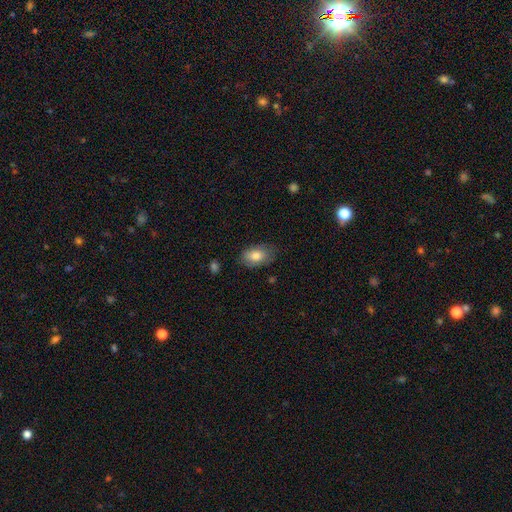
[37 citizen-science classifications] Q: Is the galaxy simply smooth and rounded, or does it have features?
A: smooth — 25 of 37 (68%).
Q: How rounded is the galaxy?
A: in between — 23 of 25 (92%).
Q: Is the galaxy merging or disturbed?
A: none — 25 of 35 (71%).